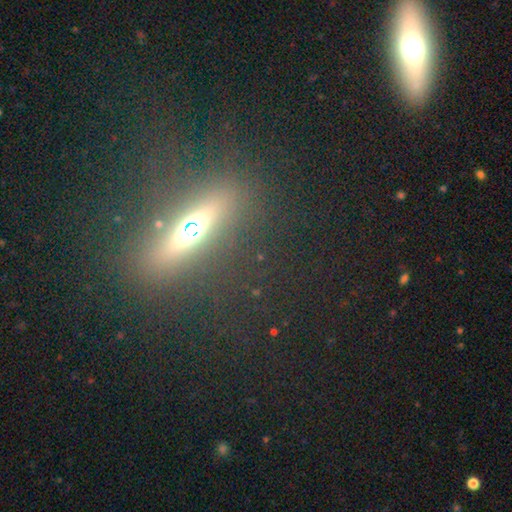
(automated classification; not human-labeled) This appears to be a featured or disk galaxy (51%) viewed edge-on (86%). Merging: none (84%).